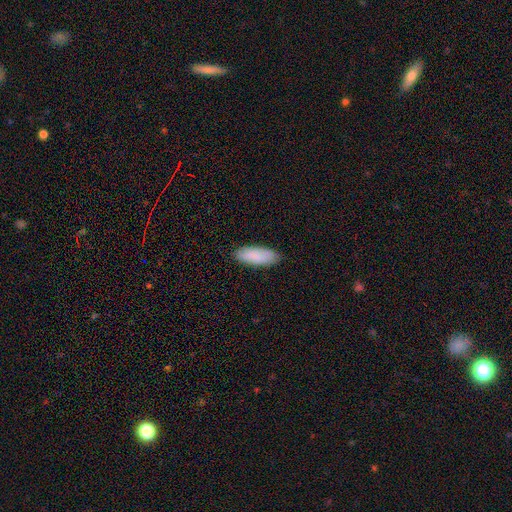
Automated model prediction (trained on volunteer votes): A smooth galaxy with no disk features (88%) that is in between round and cigar-shaped (73%). Merging: none (86%).